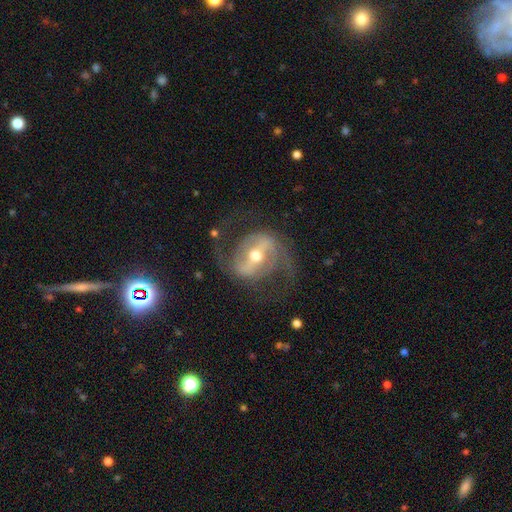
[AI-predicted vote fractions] Morphology: type=featured or disk (88%); edge-on=no (96%); bar=strong (59%); spiral arms=yes (93%); winding=medium (54%); arm count=2 (91%); bulge=moderate (67%); merging=none (72%).